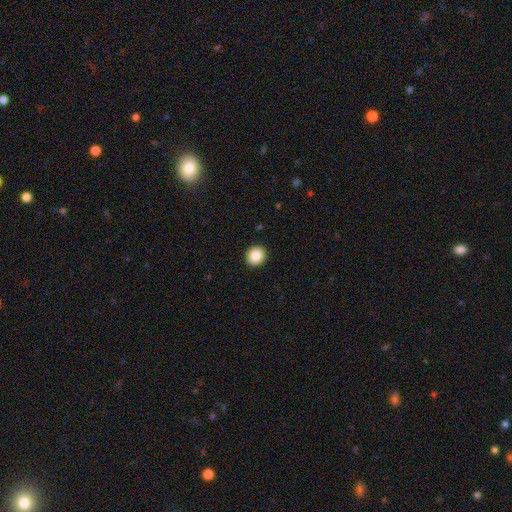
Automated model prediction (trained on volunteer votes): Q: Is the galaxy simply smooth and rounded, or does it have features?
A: smooth — 86%.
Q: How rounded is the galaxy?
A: round — 88%.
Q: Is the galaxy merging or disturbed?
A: none — 93%.